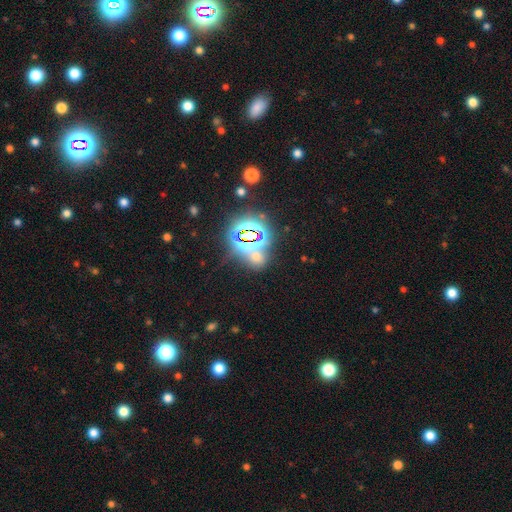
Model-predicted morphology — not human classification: smooth_or_featured: star or artifact (p=0.64) [alt: smooth p=0.27]